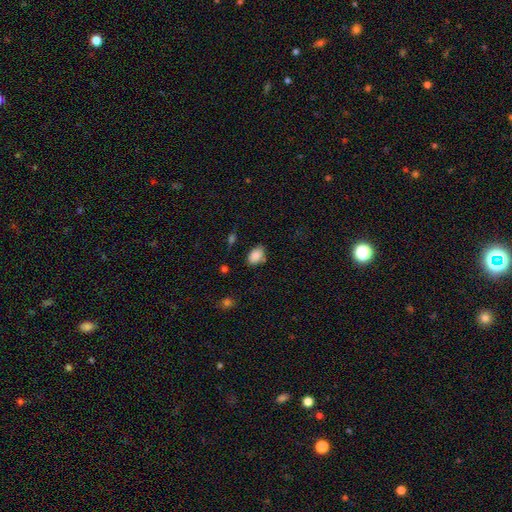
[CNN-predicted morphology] smooth-or-featured: smooth: 86% | star or artifact: 8% | featured or disk: 6%
  how-rounded: in between: 84% | round: 15% | cigar-shaped: 1%
  merging: none: 73% | minor disturbance: 19% | merger: 5% | major disturbance: 4%